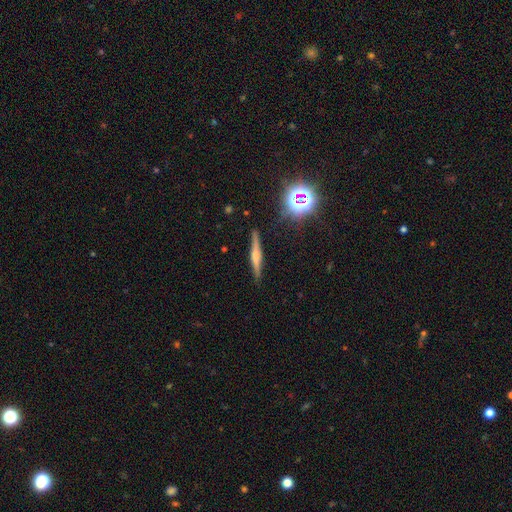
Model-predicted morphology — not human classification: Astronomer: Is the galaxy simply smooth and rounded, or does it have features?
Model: featured or disk — 52% (runner-up: smooth, 36%).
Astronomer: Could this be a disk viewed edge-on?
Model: yes — 96%.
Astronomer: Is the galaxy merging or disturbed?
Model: none — 87%.